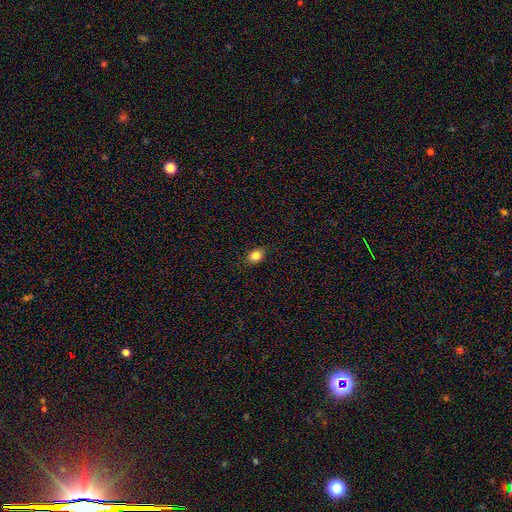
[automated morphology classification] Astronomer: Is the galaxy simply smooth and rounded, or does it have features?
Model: smooth — 84%.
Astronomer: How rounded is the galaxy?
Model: in between — 51% (runner-up: round, 48%).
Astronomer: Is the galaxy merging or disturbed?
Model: none — 87%.